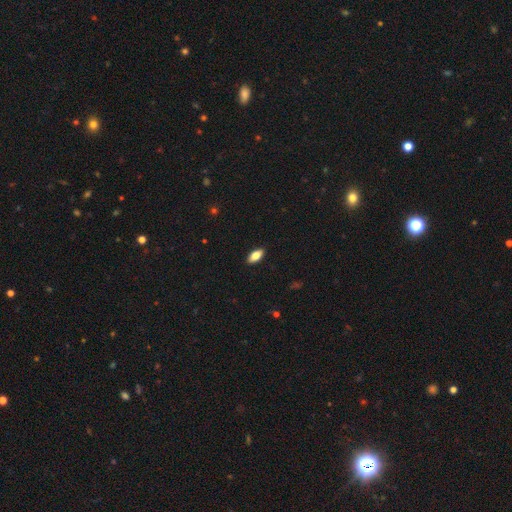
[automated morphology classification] A smooth galaxy with no disk features (81%) that is in between round and cigar-shaped (88%).

Vote fractions:
- Smooth or featured? smooth: 81% / featured or disk: 12% / star or artifact: 7%
- How rounded? in between: 88% / cigar-shaped: 10% / round: 3%
- Merging? none: 89% / minor disturbance: 8% / major disturbance: 2% / merger: 1%